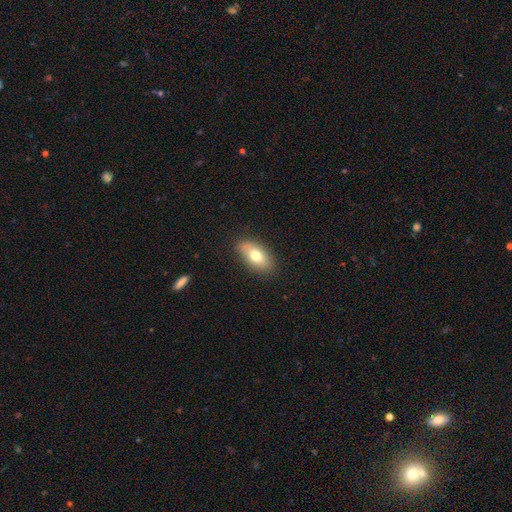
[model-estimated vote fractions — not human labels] The model was most divided on "smooth or featured": smooth: 72%, featured or disk: 20%, star or artifact: 8%. More confident: how rounded — in between (89%); merging — none (84%).